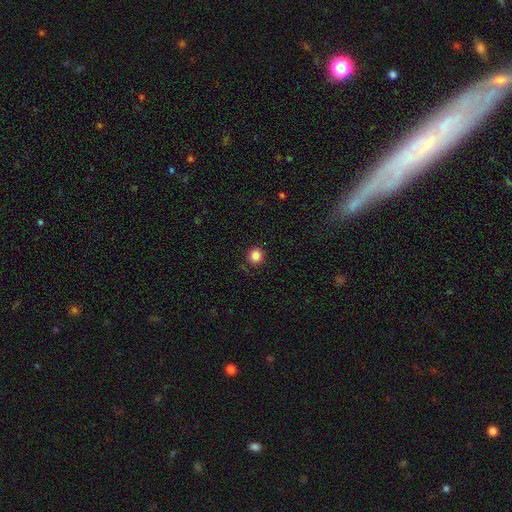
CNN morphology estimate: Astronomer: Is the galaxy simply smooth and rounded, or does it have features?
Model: smooth — 85%.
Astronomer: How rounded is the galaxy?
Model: round — 92%.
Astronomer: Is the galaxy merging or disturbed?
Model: none — 89%.